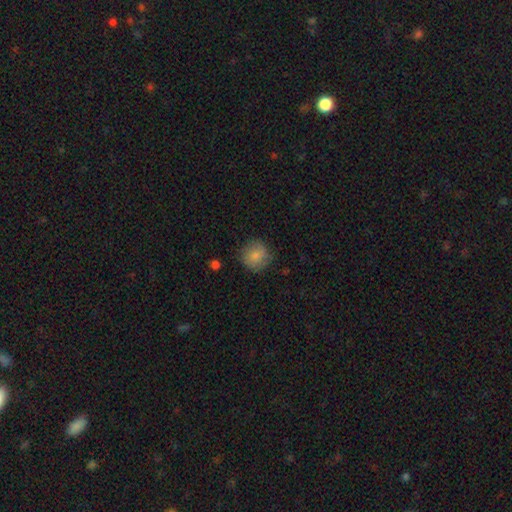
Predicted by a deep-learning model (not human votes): smooth-or-featured: smooth: 83% | featured or disk: 9% | star or artifact: 8%
  how-rounded: round: 92% | in between: 7% | cigar-shaped: 1%
  merging: none: 80% | minor disturbance: 15% | major disturbance: 4% | merger: 1%